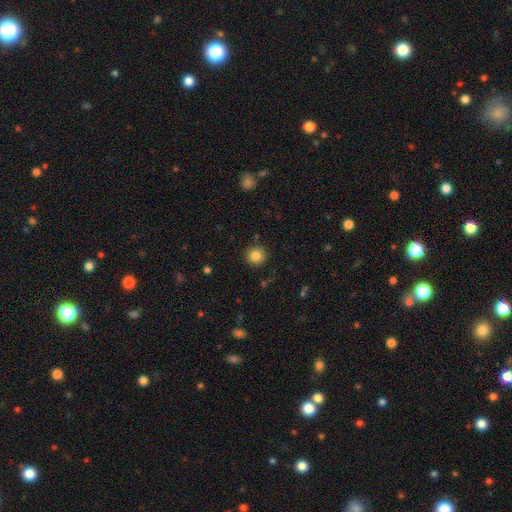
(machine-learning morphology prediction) Smooth or featured? smooth (84%)
How rounded? round (93%)
Merging? none (90%)